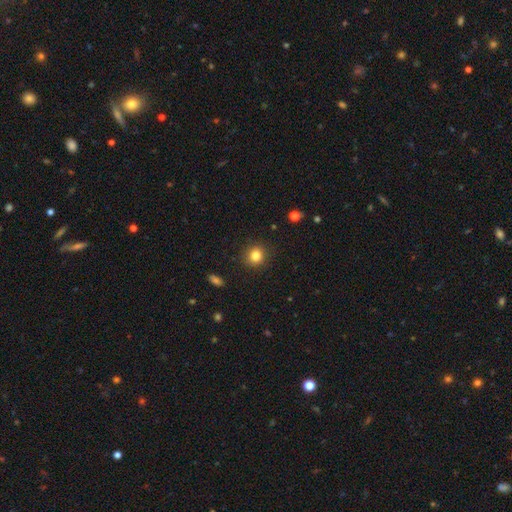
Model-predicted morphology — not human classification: A smooth galaxy with no disk features (82%) that is round (85%). Merging: none (90%).